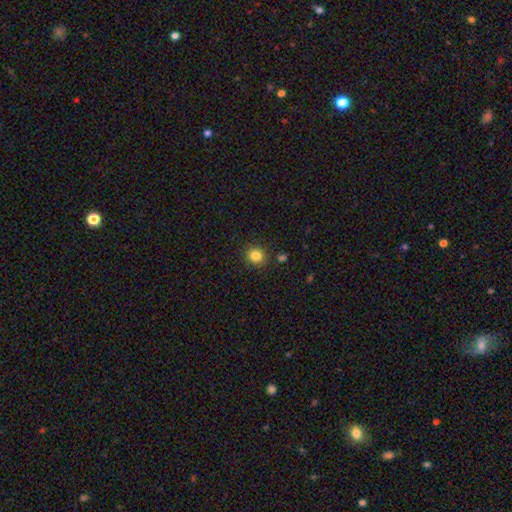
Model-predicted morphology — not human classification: Smooth or featured: smooth — 84% (star or artifact — 12%)
How rounded: round — 86% (in between — 13%)
Merging: none — 88% (minor disturbance — 7%)